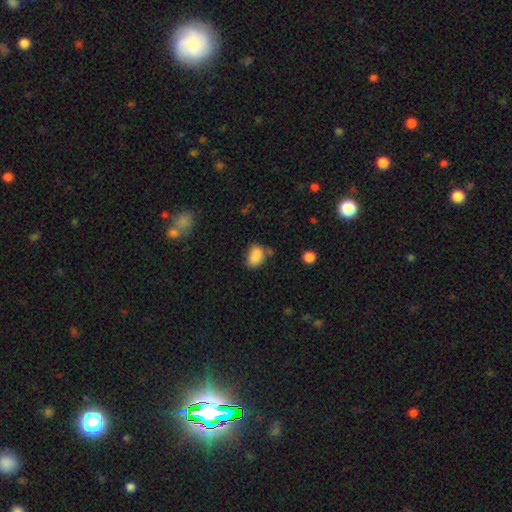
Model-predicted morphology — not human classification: smooth-or-featured: smooth: 84% | star or artifact: 10% | featured or disk: 6%
  how-rounded: in between: 78% | round: 20% | cigar-shaped: 1%
  merging: none: 56% | minor disturbance: 25% | merger: 12% | major disturbance: 7%